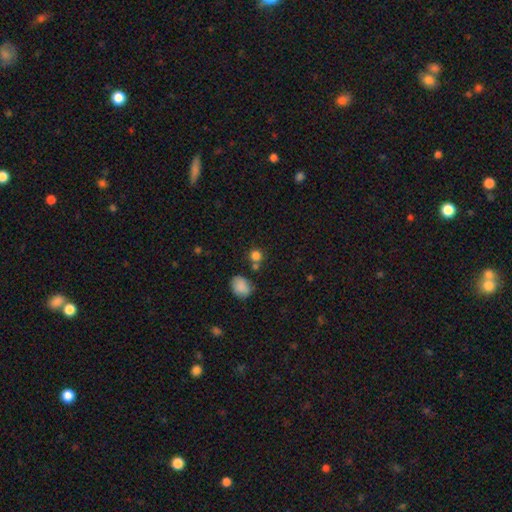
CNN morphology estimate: type=smooth (82%); roundness=round (83%); merging=none (66%).